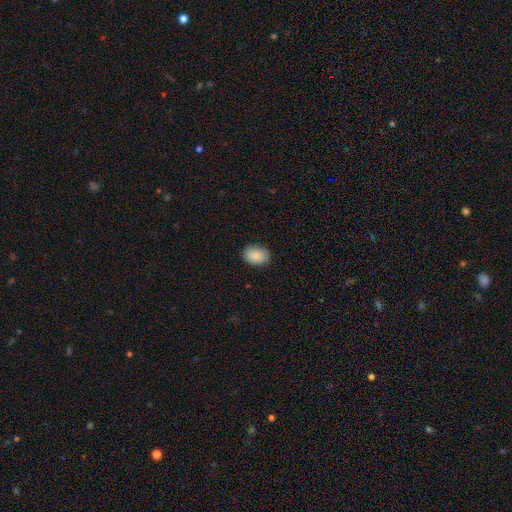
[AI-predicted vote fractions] smooth 87%, star or artifact 7%, featured or disk 6%. Down the decision tree: how rounded — in between (76%); merging — none (83%).